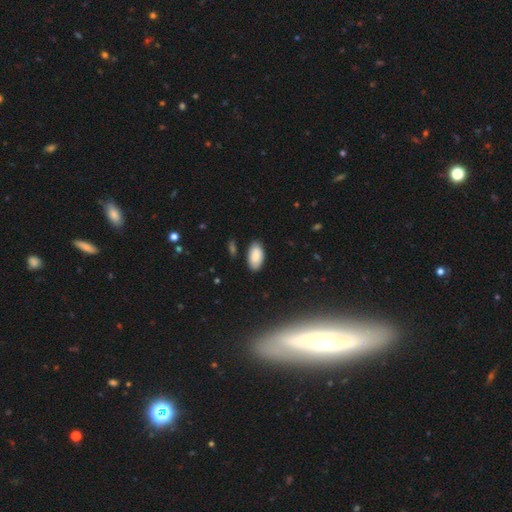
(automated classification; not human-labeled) This is clearly a smooth galaxy (87%). How rounded: clearly in between (95%). Merging: clearly none (84%).